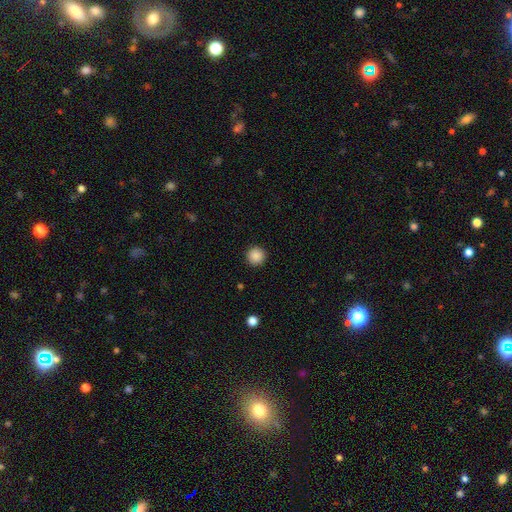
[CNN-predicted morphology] type=smooth (88%); roundness=round (96%); merging=none (92%).